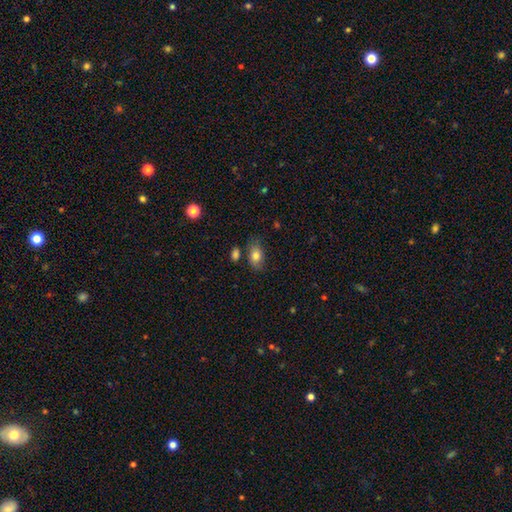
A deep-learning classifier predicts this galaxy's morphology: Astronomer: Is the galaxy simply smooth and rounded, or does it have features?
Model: smooth — 81%.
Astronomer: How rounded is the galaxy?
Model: in between — 85%.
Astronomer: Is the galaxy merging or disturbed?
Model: none — 70%.